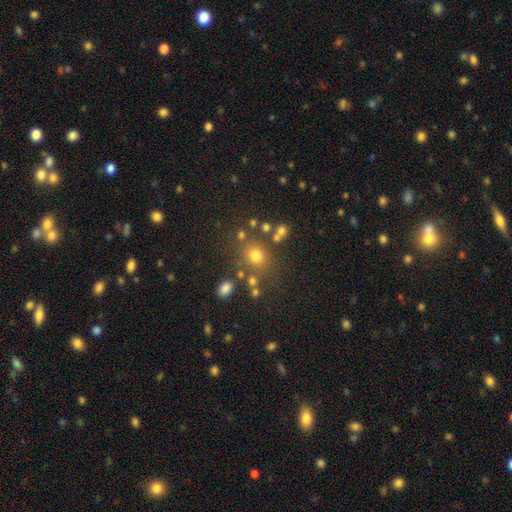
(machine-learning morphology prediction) Smooth or featured? Predicted: smooth (p=0.69). How rounded? Predicted: round (p=0.68). Merging? Predicted: none (p=0.71).